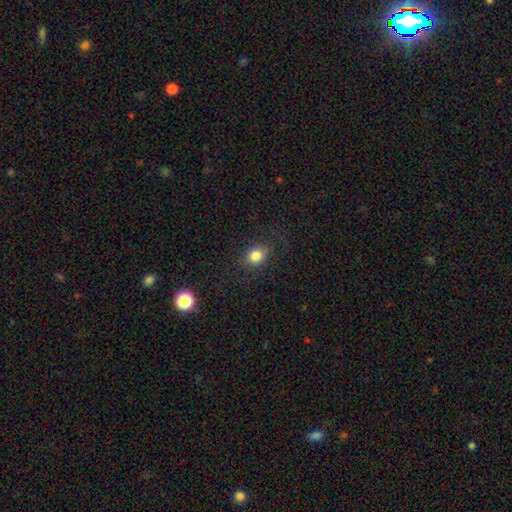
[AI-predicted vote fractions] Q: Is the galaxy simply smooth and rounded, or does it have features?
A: smooth — 82%.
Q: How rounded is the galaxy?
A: in between — 50%.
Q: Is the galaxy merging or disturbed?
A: none — 82%.